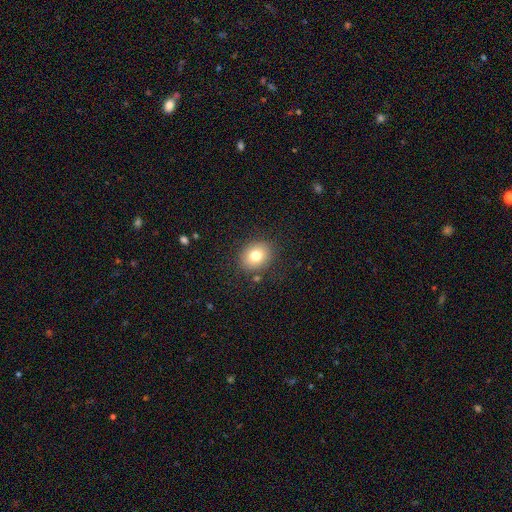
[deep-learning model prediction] smooth 77%, featured or disk 12%, star or artifact 11%. Down the decision tree: how rounded — round (58%); merging — none (86%).